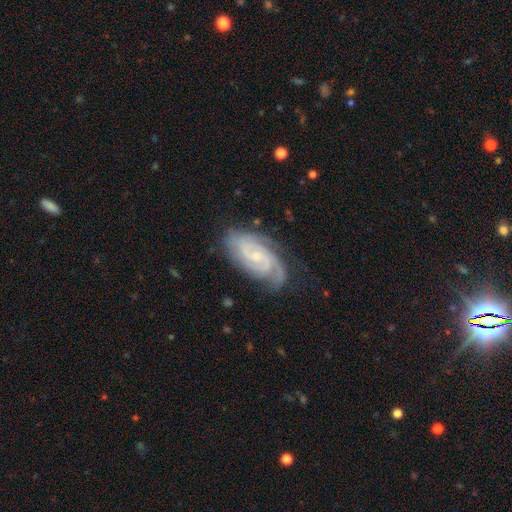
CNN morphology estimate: Q: Smooth or featured?
A: featured or disk (87%); runner-up: smooth (8%)
Q: Edge-on disk?
A: no (96%); runner-up: yes (4%)
Q: Bar?
A: no (50%); runner-up: weak (41%)
Q: Spiral arms?
A: yes (98%); runner-up: no (2%)
Q: Spiral winding?
A: tight (57%); runner-up: medium (37%)
Q: Spiral arm count?
A: 2 (45%); runner-up: 3 (28%)
Q: Bulge size?
A: small (70%); runner-up: moderate (20%)
Q: Merging?
A: none (74%); runner-up: minor disturbance (19%)